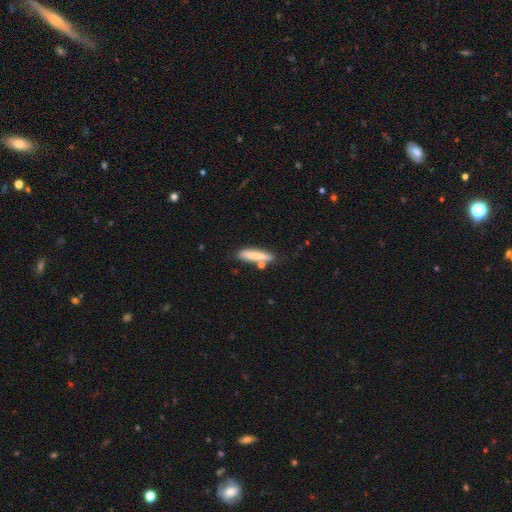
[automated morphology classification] Smooth or featured: smooth — 76% (featured or disk — 18%)
How rounded: cigar-shaped — 85% (in between — 13%)
Merging: none — 74% (minor disturbance — 14%)